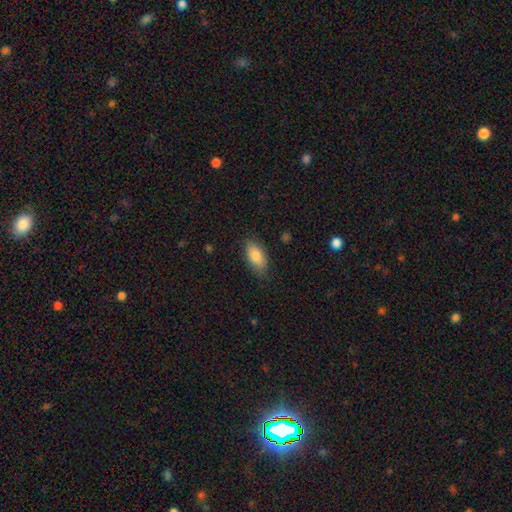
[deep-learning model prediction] The model was most divided on "merging": none: 80%, minor disturbance: 15%, major disturbance: 3%, merger: 1%. More confident: how rounded — in between (90%); smooth or featured — smooth (83%).